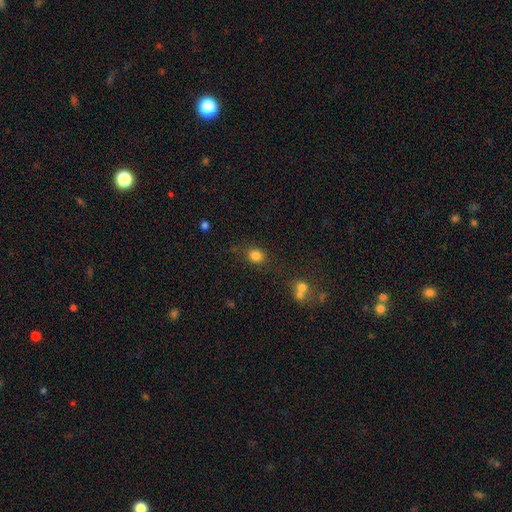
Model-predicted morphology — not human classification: smooth_or_featured: smooth (p=0.81) [alt: star or artifact p=0.12]
how_rounded: round (p=0.58) [alt: in between p=0.41]
merging: none (p=0.77) [alt: minor disturbance p=0.13]